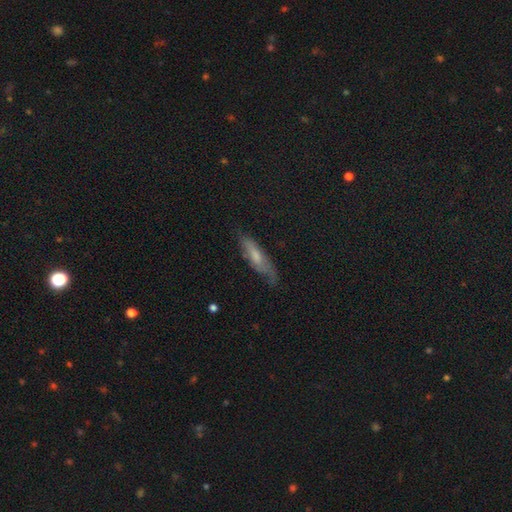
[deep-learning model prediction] The model was most divided on "smooth or featured": smooth: 48%, featured or disk: 42%, star or artifact: 9%. More confident: merging — none (62%).